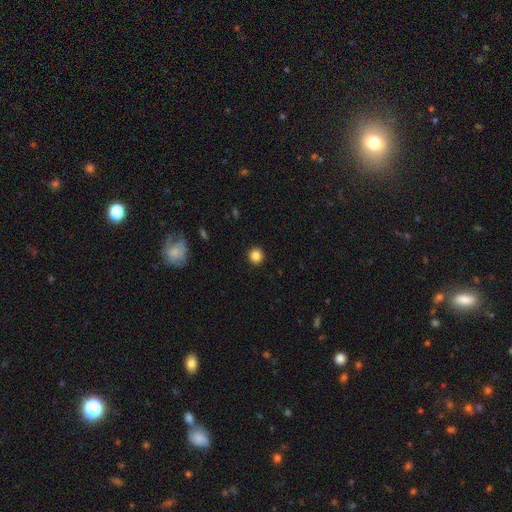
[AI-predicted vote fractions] Smooth or featured: smooth — 85% (star or artifact — 11%)
How rounded: round — 93% (in between — 6%)
Merging: none — 93% (minor disturbance — 5%)